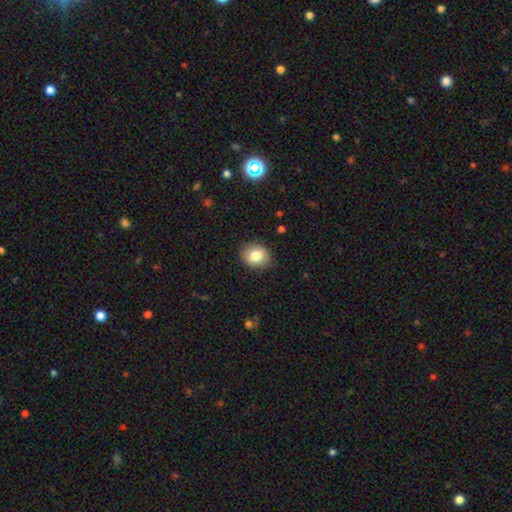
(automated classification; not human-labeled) Q: Smooth or featured?
A: smooth (81%); runner-up: featured or disk (10%)
Q: How rounded?
A: round (60%); runner-up: in between (39%)
Q: Merging?
A: none (88%); runner-up: minor disturbance (9%)